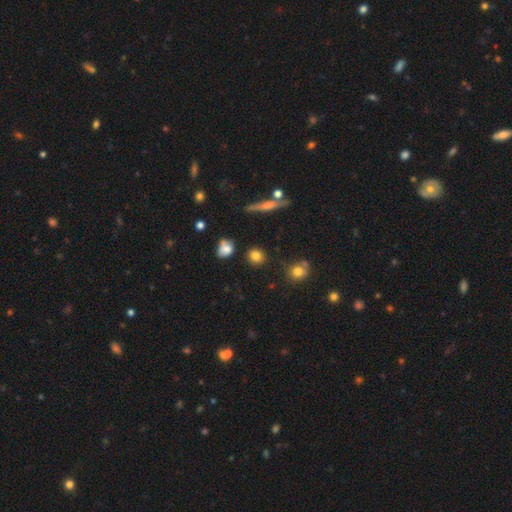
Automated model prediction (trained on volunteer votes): Smooth or featured?
  - smooth: 80% *
  - star or artifact: 12%
  - featured or disk: 8%
How rounded?
  - round: 80% *
  - in between: 16%
  - cigar-shaped: 3%
Merging?
  - none: 80% *
  - minor disturbance: 11%
  - merger: 5%
  - major disturbance: 3%